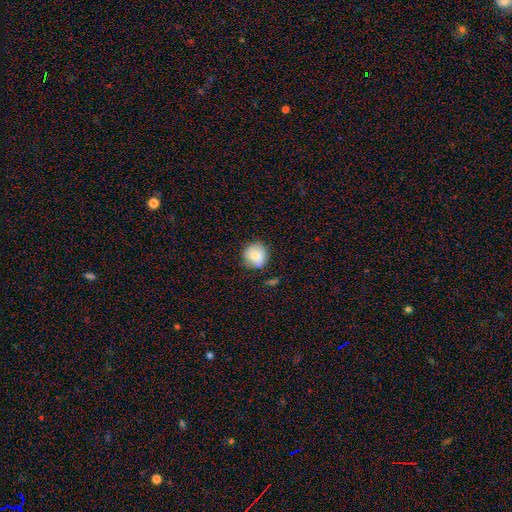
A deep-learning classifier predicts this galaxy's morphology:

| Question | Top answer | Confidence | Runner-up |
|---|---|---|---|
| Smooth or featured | smooth | 77% | featured or disk (14%) |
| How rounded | round | 89% | in between (10%) |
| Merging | none | 76% | minor disturbance (17%) |